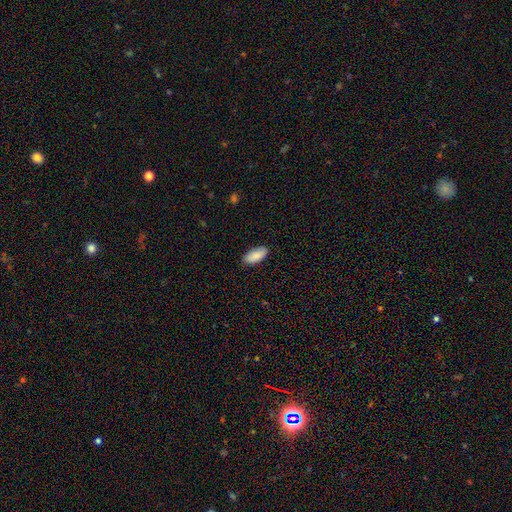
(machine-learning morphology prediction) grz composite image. It shows a smooth galaxy with no disk features (88%) that is in between round and cigar-shaped (89%). Merging: none (87%).